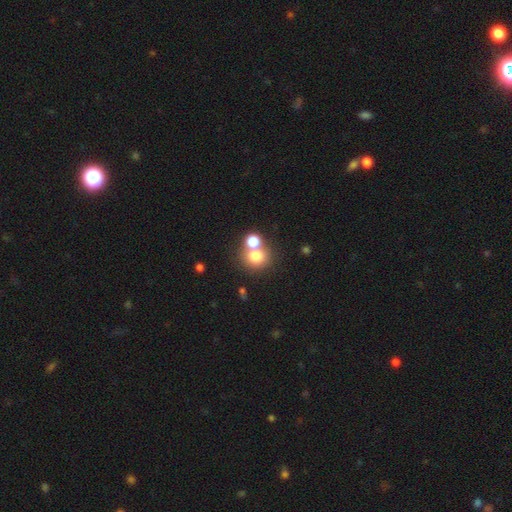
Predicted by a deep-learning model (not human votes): This is likely a smooth galaxy (75%). How rounded: clearly round (80%). Merging: possibly none (49%).